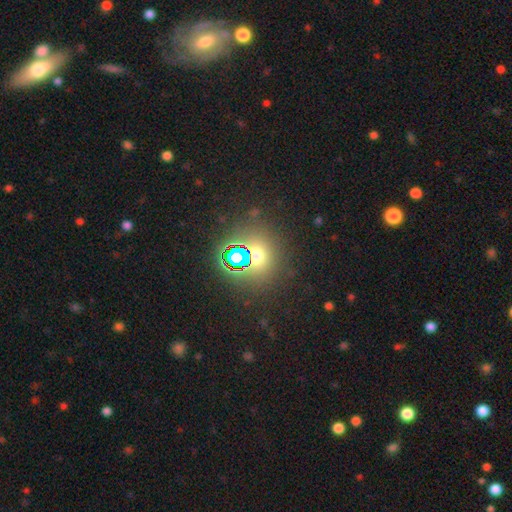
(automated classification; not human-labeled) smooth-or-featured: star or artifact: 52% | smooth: 38% | featured or disk: 10%